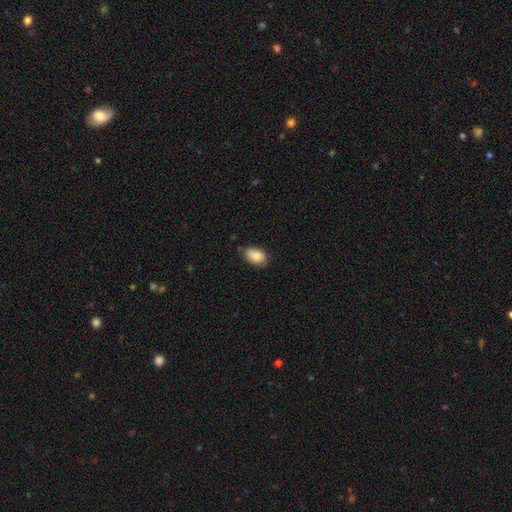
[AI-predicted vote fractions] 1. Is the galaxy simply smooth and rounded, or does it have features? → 88% smooth, 7% star or artifact, 5% featured or disk.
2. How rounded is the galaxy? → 90% in between, 9% round, 1% cigar-shaped.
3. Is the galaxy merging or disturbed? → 76% none, 20% minor disturbance, 3% major disturbance, 1% merger.